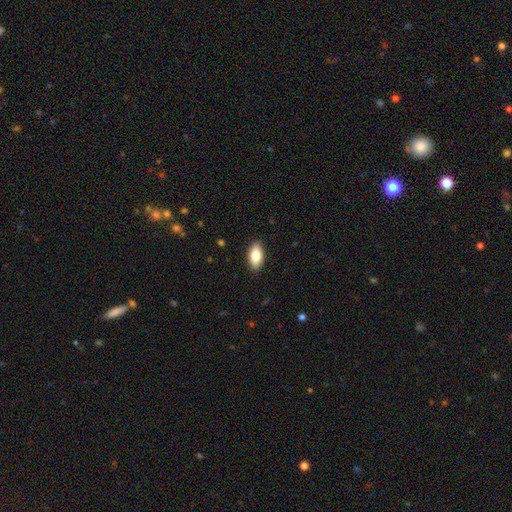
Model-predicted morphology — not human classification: smooth_or_featured: smooth (p=0.81) [alt: featured or disk p=0.12]
how_rounded: in between (p=0.91) [alt: cigar-shaped p=0.06]
merging: none (p=0.90) [alt: minor disturbance p=0.07]